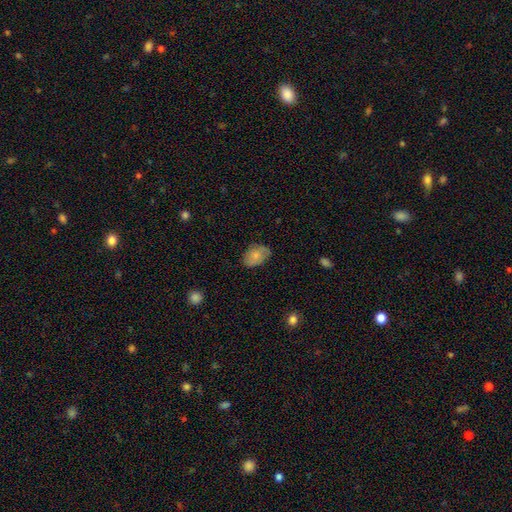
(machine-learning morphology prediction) A smooth galaxy with no disk features (73%) that is in between round and cigar-shaped (84%). Merging: none (71%).